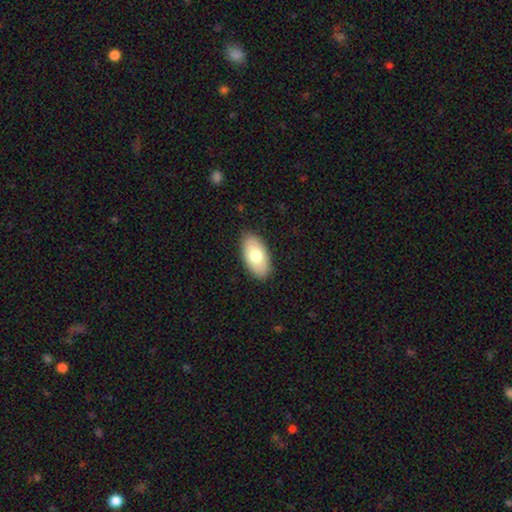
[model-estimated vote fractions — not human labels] A smooth galaxy with no disk features (73%) that is in between round and cigar-shaped (94%). Merging: none (88%).